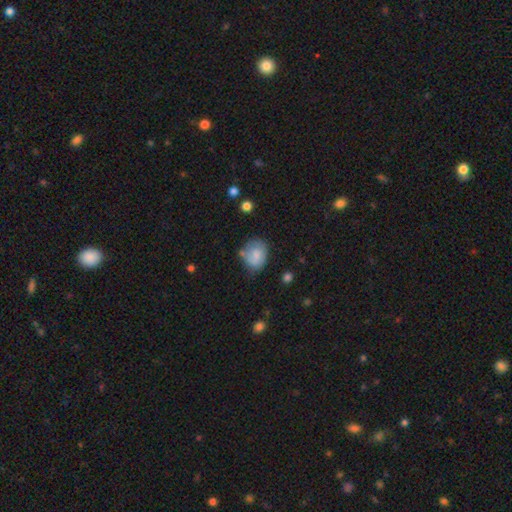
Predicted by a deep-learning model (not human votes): Overall: smooth (75%). How rounded: in between (51%; round 49%). Merging: none (54%; minor disturbance 29%).